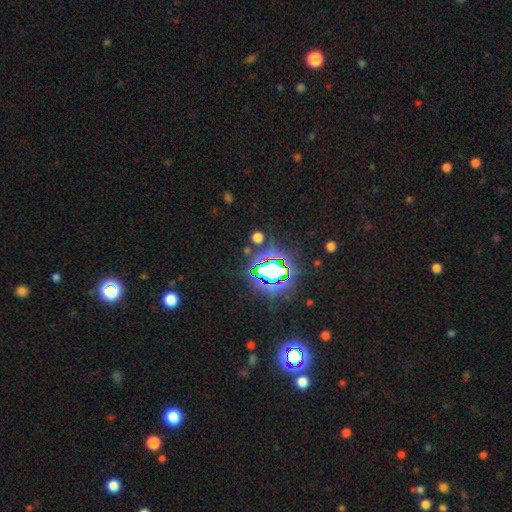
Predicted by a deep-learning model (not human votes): Smooth or featured? Predicted: star or artifact (p=0.82).